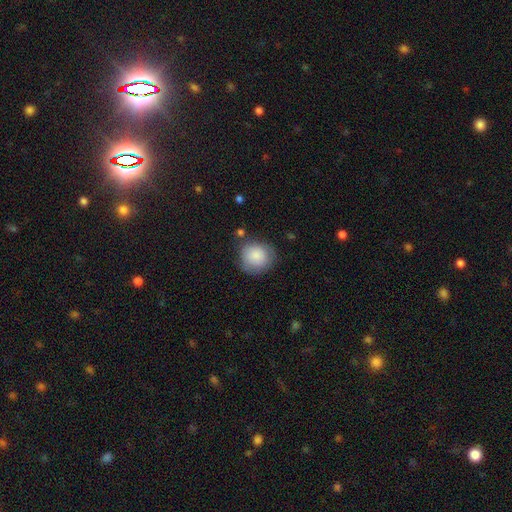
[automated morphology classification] Smooth or featured?
  - smooth: 86% *
  - featured or disk: 7%
  - star or artifact: 7%
How rounded?
  - round: 84% *
  - in between: 15%
  - cigar-shaped: 1%
Merging?
  - none: 72% *
  - minor disturbance: 19%
  - major disturbance: 5%
  - merger: 4%